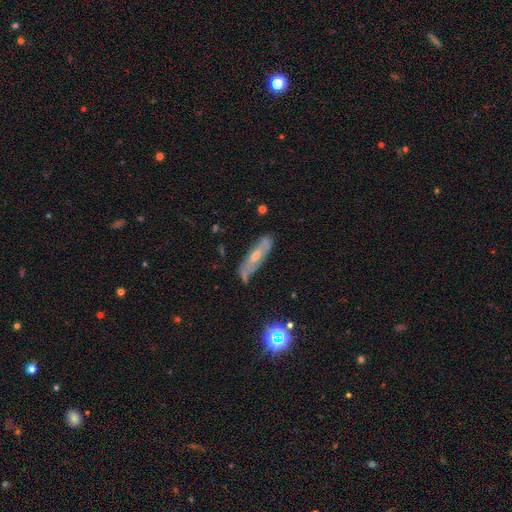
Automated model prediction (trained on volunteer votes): Overall: featured or disk (61%; smooth 28%). Edge-on disk: no (55%; yes 45%). Merging: none (67%).